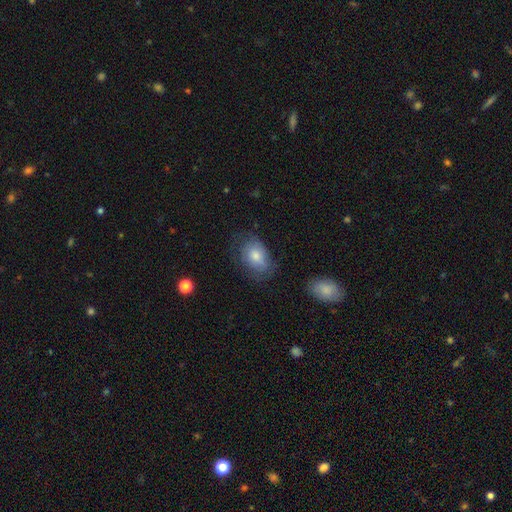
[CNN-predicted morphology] Smooth or featured? smooth (66%)
How rounded? in between (79%)
Merging? none (60%)